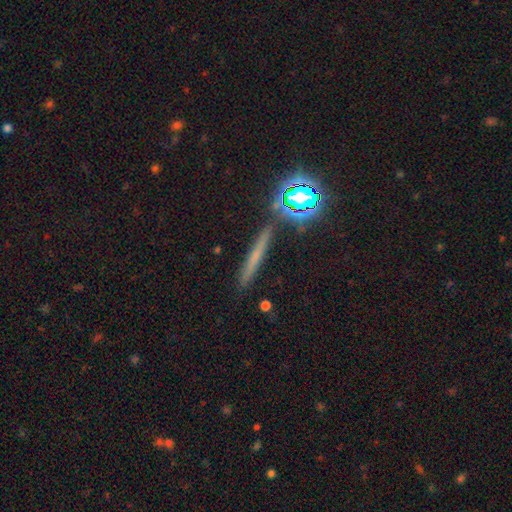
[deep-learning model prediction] Smooth or featured: smooth — 43% (featured or disk — 31%)
Merging: none — 87% (minor disturbance — 8%)